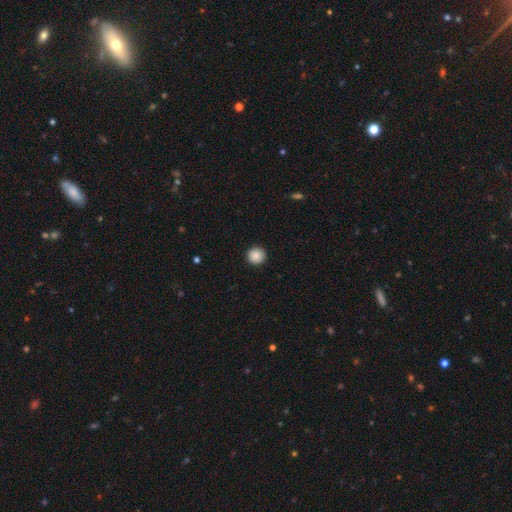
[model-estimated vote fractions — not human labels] This is clearly a smooth galaxy (88%). How rounded: clearly round (96%). Merging: clearly none (93%).